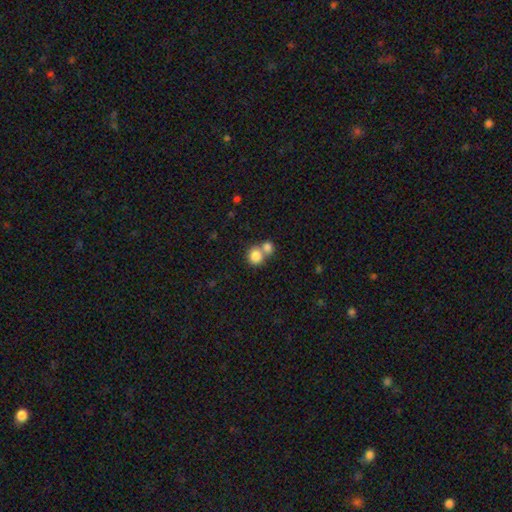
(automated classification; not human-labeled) This is clearly a smooth galaxy (83%). How rounded: clearly round (81%). Merging: possibly merger (51%).